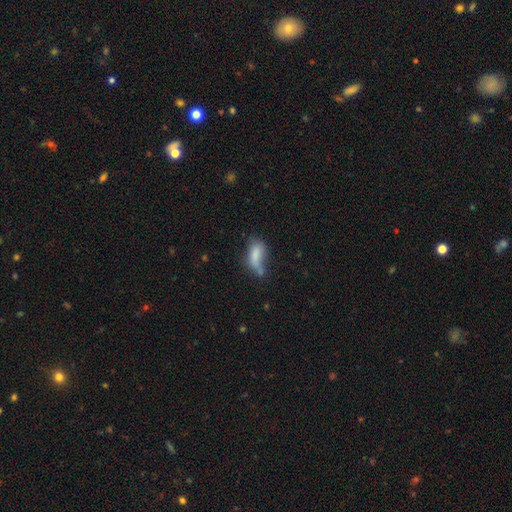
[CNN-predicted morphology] This is likely a smooth galaxy (75%). How rounded: clearly in between (82%). Merging: marginally none (28%, tied with minor disturbance).